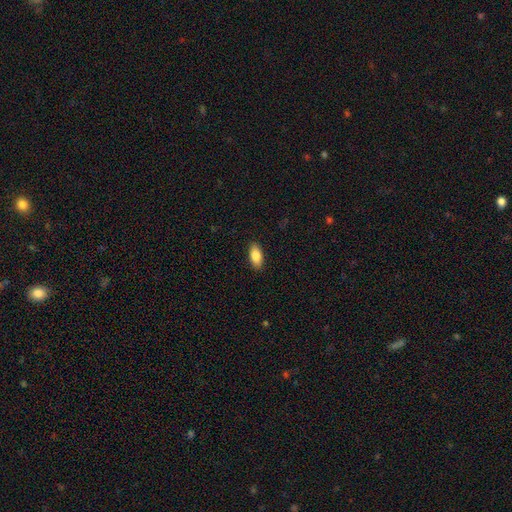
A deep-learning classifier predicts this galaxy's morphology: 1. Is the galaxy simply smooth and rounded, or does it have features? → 85% smooth, 8% featured or disk, 7% star or artifact.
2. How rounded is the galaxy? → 88% in between, 9% cigar-shaped, 2% round.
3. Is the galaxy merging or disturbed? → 89% none, 8% minor disturbance, 2% major disturbance, 1% merger.